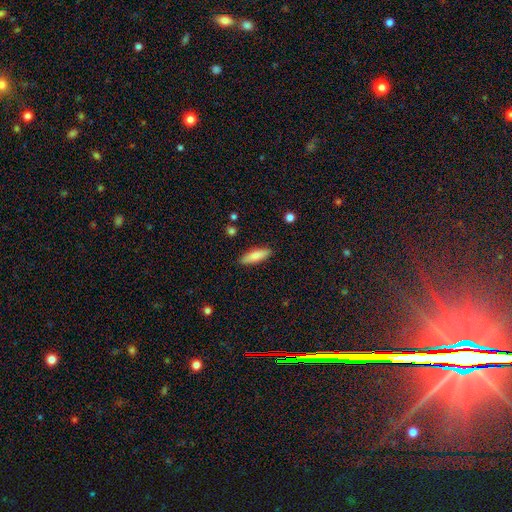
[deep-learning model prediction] smooth-or-featured: smooth: 82% | featured or disk: 12% | star or artifact: 6%
  how-rounded: cigar-shaped: 51% | in between: 47% | round: 2%
  merging: none: 88% | minor disturbance: 8% | major disturbance: 2% | merger: 1%